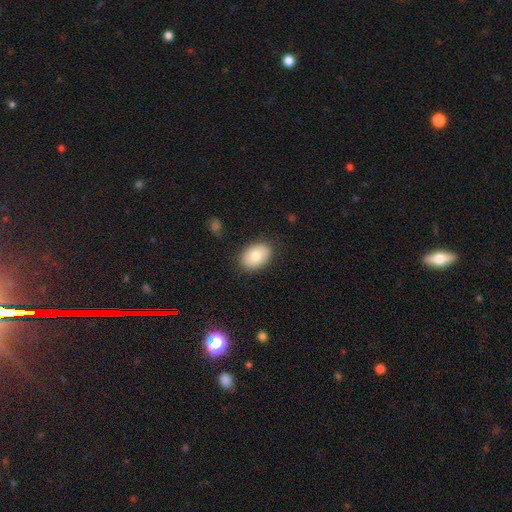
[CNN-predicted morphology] A smooth galaxy with no disk features (80%) that is in between round and cigar-shaped (81%). Merging: none (86%).